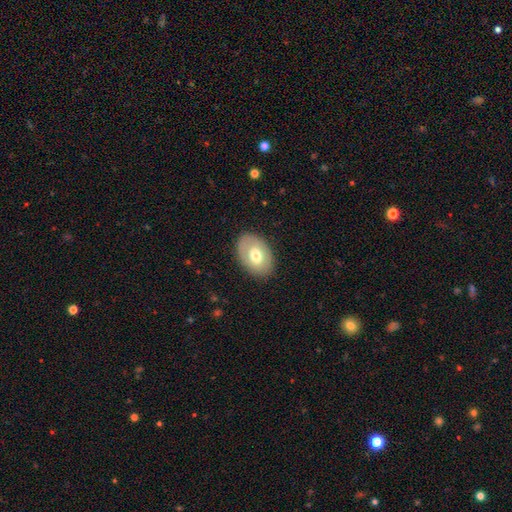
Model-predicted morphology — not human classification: Smooth or featured?
  - smooth: 65% *
  - featured or disk: 29%
  - star or artifact: 6%
How rounded?
  - in between: 85% *
  - round: 14%
  - cigar-shaped: 1%
Merging?
  - none: 84% *
  - minor disturbance: 11%
  - major disturbance: 3%
  - merger: 1%